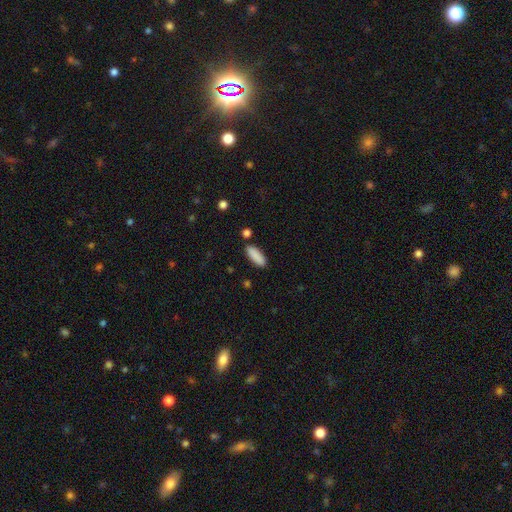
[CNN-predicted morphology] This is clearly a smooth galaxy (89%). How rounded: likely in between (66%). Merging: clearly none (85%).